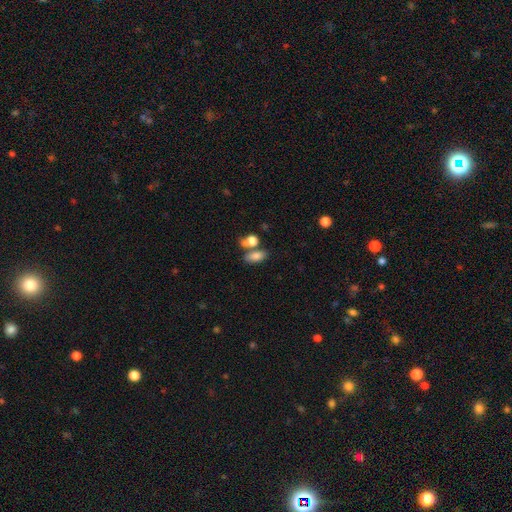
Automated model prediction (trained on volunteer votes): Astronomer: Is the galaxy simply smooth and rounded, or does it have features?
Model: smooth — 80%.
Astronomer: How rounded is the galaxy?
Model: in between — 83%.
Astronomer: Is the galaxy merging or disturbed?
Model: none — 51% (runner-up: merger, 29%).